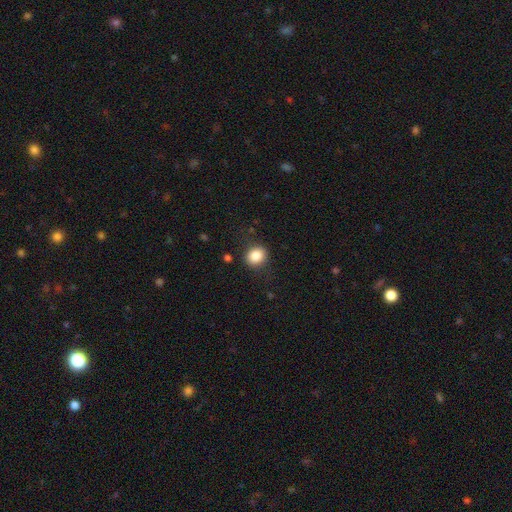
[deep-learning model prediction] This is clearly a smooth galaxy (86%). How rounded: likely round (68%). Merging: clearly none (83%).